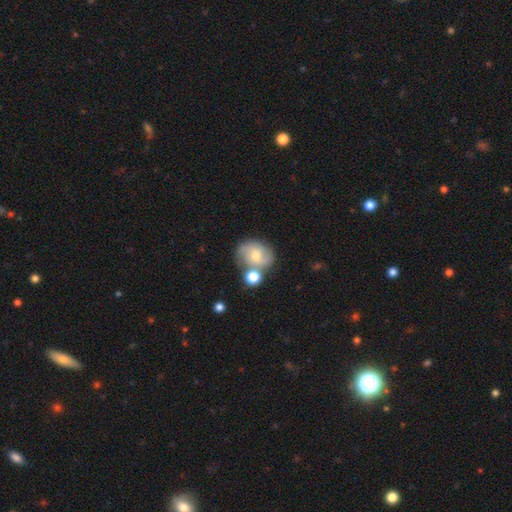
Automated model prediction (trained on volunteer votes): Smooth or featured?
  - featured or disk: 54% *
  - smooth: 36%
  - star or artifact: 9%
Edge-on disk?
  - no: 97% *
  - yes: 3%
Bar?
  - no: 61% *
  - weak: 33%
  - strong: 6%
Spiral arms?
  - yes: 84% *
  - no: 16%
Bulge size?
  - moderate: 52% *
  - small: 40%
  - large: 4%
  - none: 2%
  - dominant: 1%
Merging?
  - none: 56% *
  - merger: 23%
  - minor disturbance: 16%
  - major disturbance: 6%